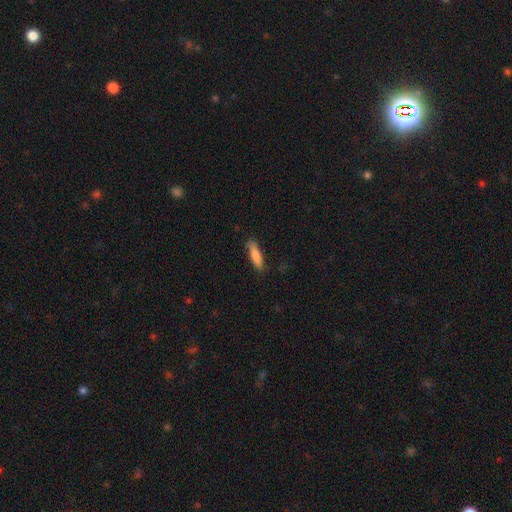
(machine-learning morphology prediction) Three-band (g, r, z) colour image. It shows a smooth galaxy with no disk features (82%) that is cigar-shaped (70%). Merging: none (77%).